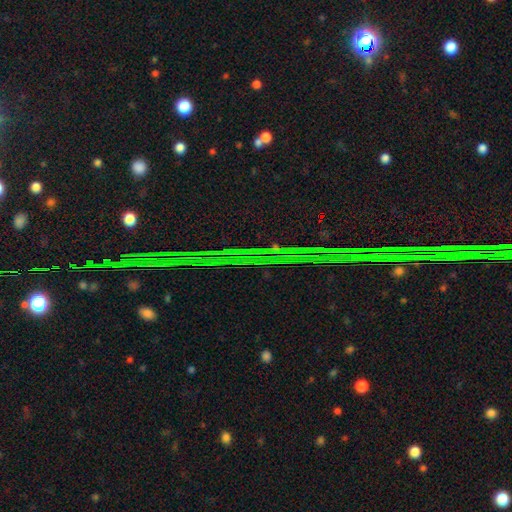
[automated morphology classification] smooth_or_featured: star or artifact (p=0.84) [alt: featured or disk p=0.09]